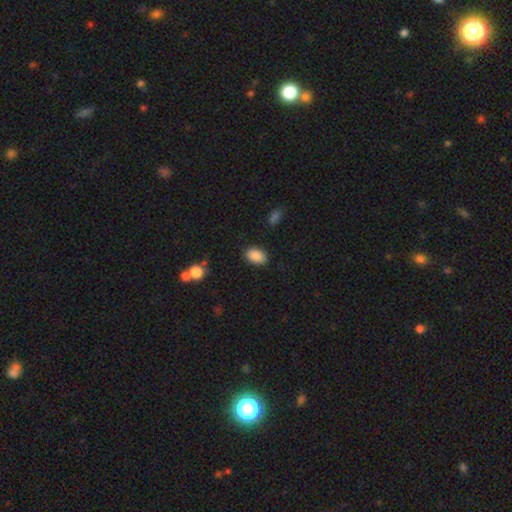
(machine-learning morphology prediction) Smooth or featured: smooth — 88% (star or artifact — 8%)
How rounded: in between — 89% (round — 10%)
Merging: none — 86% (minor disturbance — 10%)